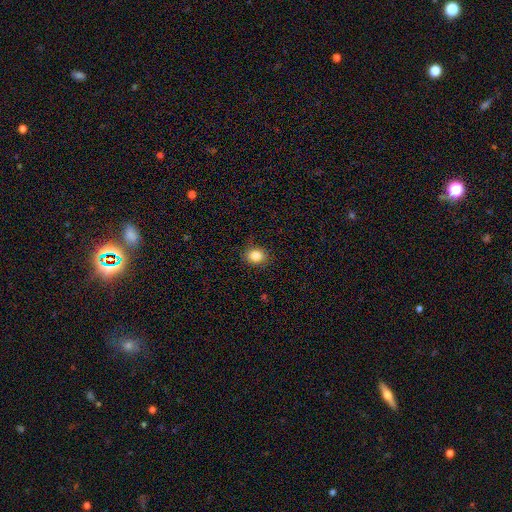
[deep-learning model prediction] Morphology: type=smooth (85%); roundness=round (53%); merging=none (85%).